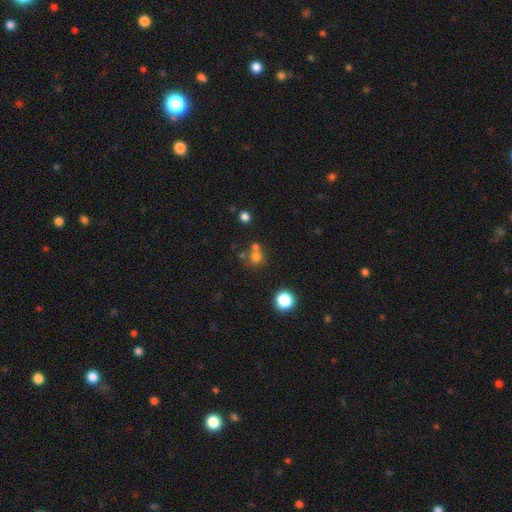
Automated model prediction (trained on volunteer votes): Smooth or featured? smooth (69%)
How rounded? round (86%)
Merging? none (52%)